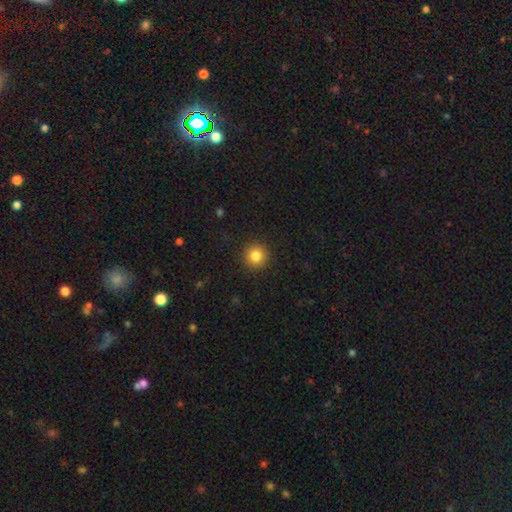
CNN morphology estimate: This appears to be a smooth galaxy with no disk features (83%) that is round (95%). Merging: none (92%).